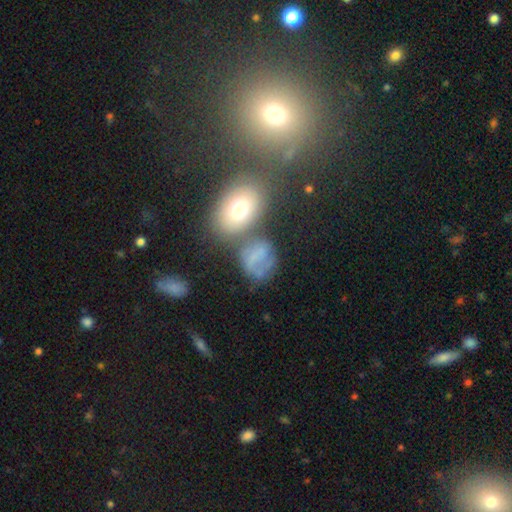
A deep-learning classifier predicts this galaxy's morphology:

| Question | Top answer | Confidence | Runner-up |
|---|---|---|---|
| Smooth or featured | smooth | 46% | featured or disk (38%) |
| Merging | none | 46% | minor disturbance (21%) |